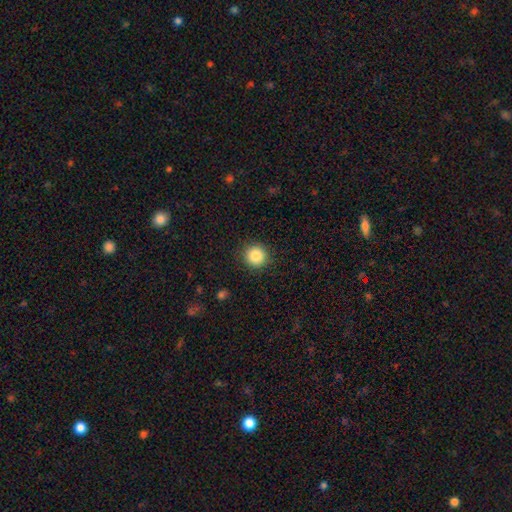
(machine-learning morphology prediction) smooth 86%, star or artifact 10%, featured or disk 4%. Down the decision tree: how rounded — round (94%); merging — none (90%).